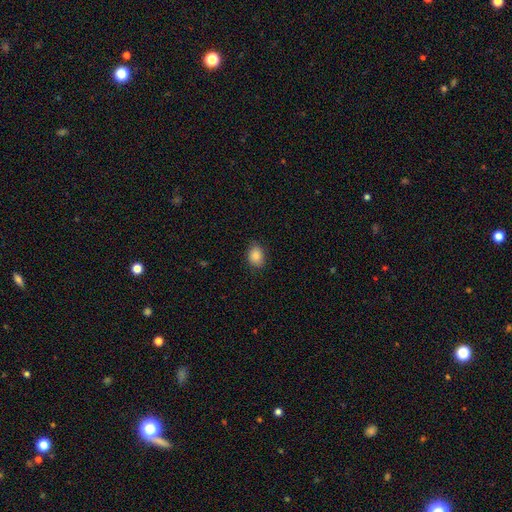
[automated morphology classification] Q: Smooth or featured?
A: smooth (87%); runner-up: star or artifact (9%)
Q: How rounded?
A: in between (59%); runner-up: round (40%)
Q: Merging?
A: none (83%); runner-up: minor disturbance (13%)